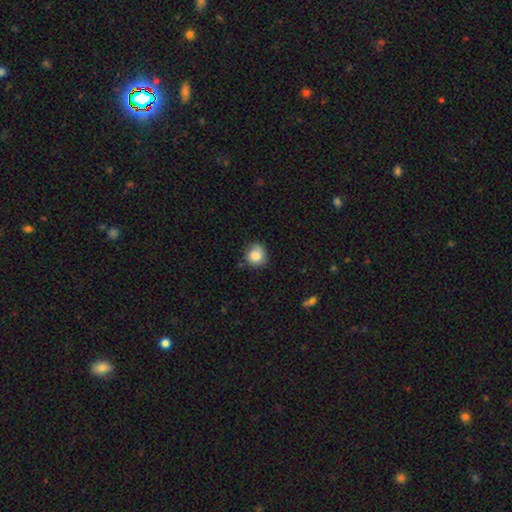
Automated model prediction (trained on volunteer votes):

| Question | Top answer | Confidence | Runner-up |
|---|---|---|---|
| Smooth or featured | smooth | 82% | featured or disk (10%) |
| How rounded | round | 84% | in between (15%) |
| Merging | none | 69% | minor disturbance (23%) |